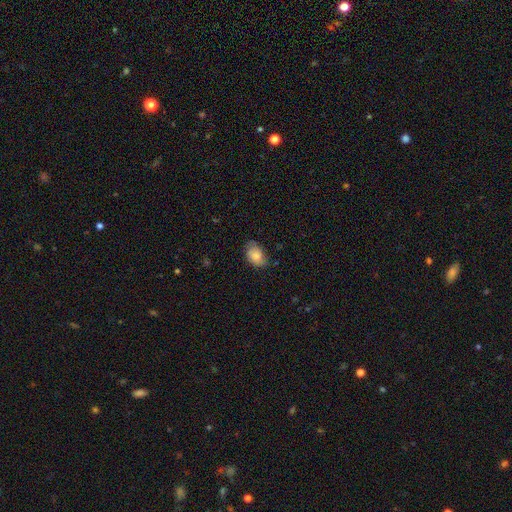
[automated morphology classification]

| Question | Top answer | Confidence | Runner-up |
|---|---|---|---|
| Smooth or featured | smooth | 78% | featured or disk (15%) |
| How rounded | in between | 86% | round (13%) |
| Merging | none | 64% | minor disturbance (28%) |